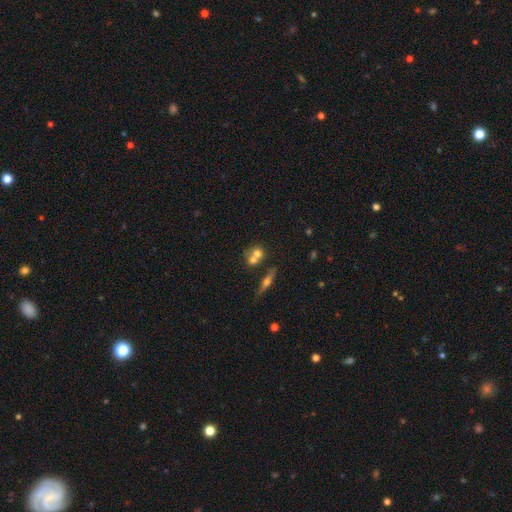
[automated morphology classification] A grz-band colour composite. It shows a smooth galaxy with no disk features (60%) that is round (67%). Merging: merger (51%).